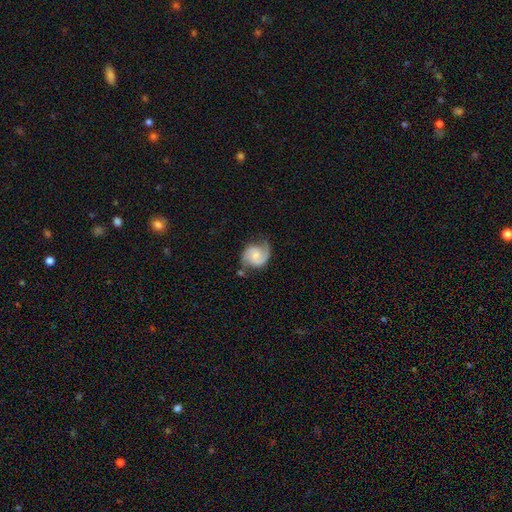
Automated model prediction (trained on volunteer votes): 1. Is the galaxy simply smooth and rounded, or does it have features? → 75% featured or disk, 19% smooth, 6% star or artifact.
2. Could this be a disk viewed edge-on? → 98% no, 2% yes.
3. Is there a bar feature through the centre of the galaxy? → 61% no, 34% weak, 6% strong.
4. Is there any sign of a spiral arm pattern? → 95% yes, 5% no.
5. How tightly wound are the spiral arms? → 49% medium, 28% tight, 23% loose.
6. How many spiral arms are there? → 83% 2, 9% 1, 5% can't tell, 2% 3, 1% 4, 1% more than 4.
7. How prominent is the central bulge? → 49% small, 40% moderate, 7% none, 3% large, 1% dominant.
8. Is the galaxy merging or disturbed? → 63% none, 24% minor disturbance, 9% major disturbance, 4% merger.